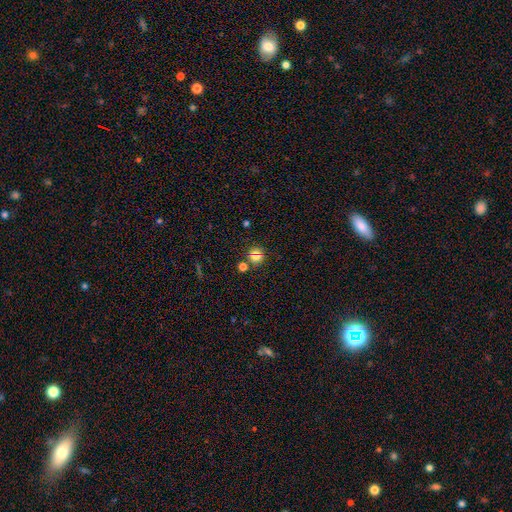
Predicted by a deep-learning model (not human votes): Morphology: type=smooth (64%); roundness=round (90%); merging=none (78%).